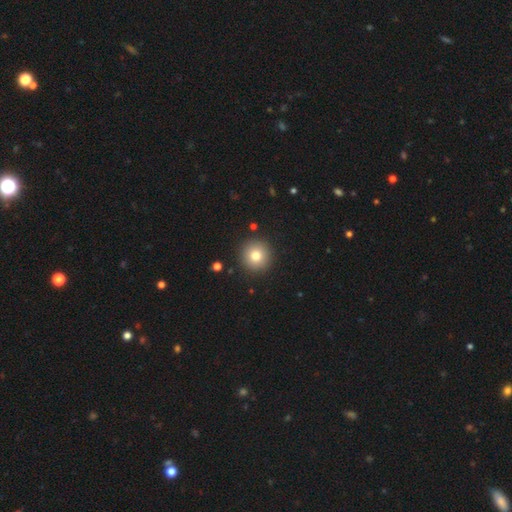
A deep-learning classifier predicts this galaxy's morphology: Smooth or featured: smooth — 79% (star or artifact — 11%)
How rounded: round — 95% (in between — 4%)
Merging: none — 92% (minor disturbance — 5%)